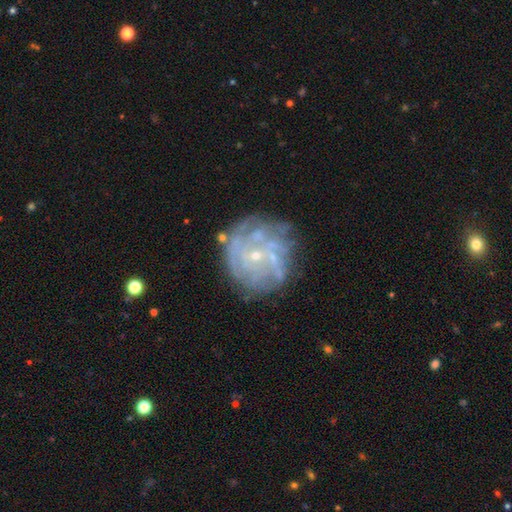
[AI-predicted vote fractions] The model was most divided on "spiral arm count": can't tell: 47%, 4: 15%, more than 4: 12%, 3: 11%, 2: 9%, 1: 6%. More confident: edge-on disk — no (97%); bulge size — small (82%); smooth or featured — featured or disk (77%); spiral arms — yes (75%); bar — no (75%); merging — none (66%); spiral winding — tight (62%).